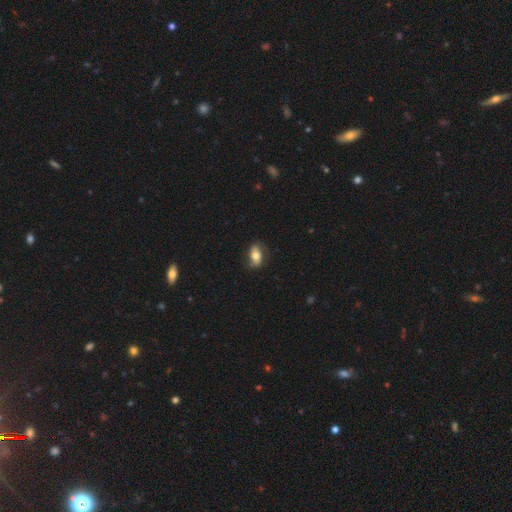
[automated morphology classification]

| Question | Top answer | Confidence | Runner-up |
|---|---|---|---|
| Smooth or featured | smooth | 54% | featured or disk (39%) |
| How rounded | in between | 86% | round (9%) |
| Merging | none | 73% | minor disturbance (19%) |